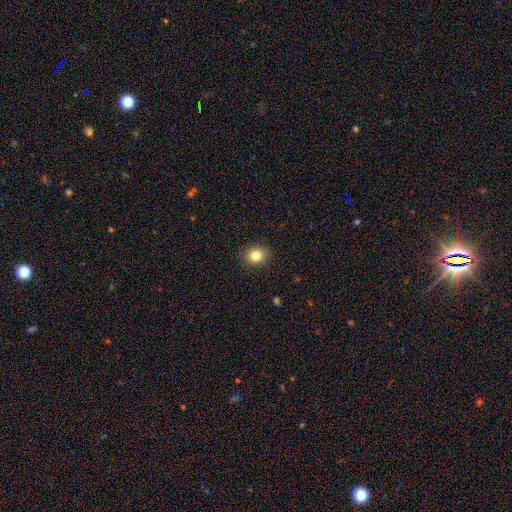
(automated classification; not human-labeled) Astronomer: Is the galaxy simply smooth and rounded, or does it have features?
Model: smooth — 83%.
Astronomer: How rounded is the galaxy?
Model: round — 65%.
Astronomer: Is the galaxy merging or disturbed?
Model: none — 90%.